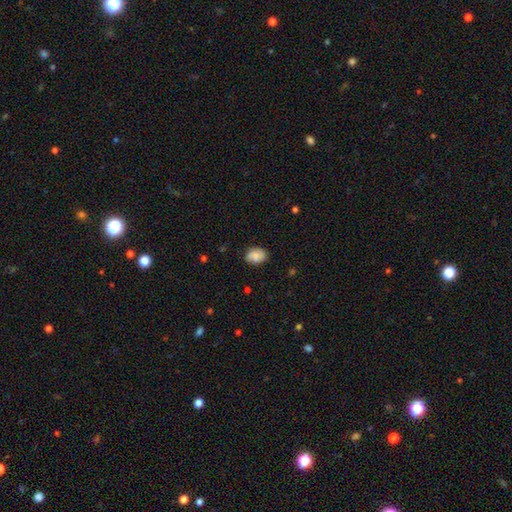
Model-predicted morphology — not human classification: Smooth or featured?
  - smooth: 63% *
  - featured or disk: 28%
  - star or artifact: 9%
How rounded?
  - in between: 65% *
  - round: 33%
  - cigar-shaped: 1%
Merging?
  - none: 76% *
  - minor disturbance: 18%
  - major disturbance: 4%
  - merger: 1%